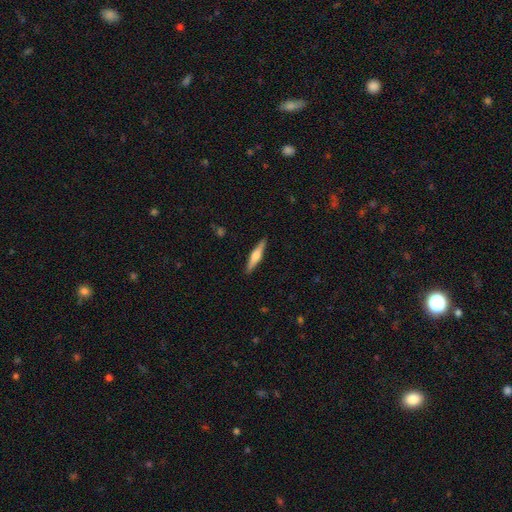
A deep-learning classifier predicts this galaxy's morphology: The model was most divided on "smooth or featured": featured or disk: 59%, smooth: 36%, star or artifact: 5%. More confident: edge-on disk — yes (97%); merging — none (91%); edge-on bulge — rounded (83%).